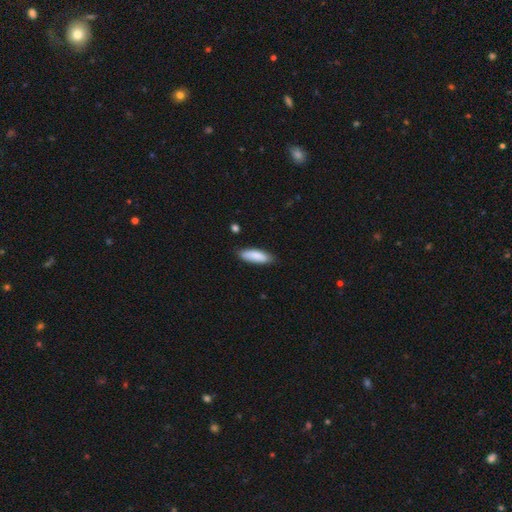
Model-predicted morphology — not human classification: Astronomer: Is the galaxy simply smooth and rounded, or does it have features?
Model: smooth — 87%.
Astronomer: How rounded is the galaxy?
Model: in between — 53% (runner-up: cigar-shaped, 45%).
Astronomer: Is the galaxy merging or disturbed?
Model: none — 84%.